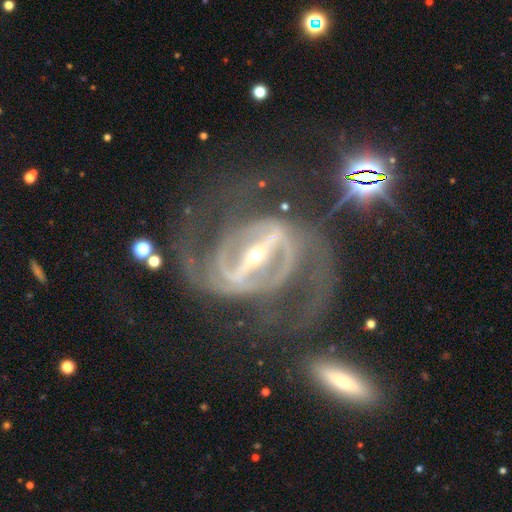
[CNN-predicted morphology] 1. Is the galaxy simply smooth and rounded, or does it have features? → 92% featured or disk, 5% star or artifact, 3% smooth.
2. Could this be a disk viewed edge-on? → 95% no, 5% yes.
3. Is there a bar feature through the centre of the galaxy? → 87% strong, 10% weak, 3% no.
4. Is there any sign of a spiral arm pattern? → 96% yes, 4% no.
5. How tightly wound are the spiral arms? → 51% medium, 33% tight, 16% loose.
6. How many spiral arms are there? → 79% 2, 7% 3, 6% can't tell, 3% 4, 3% 1, 3% more than 4.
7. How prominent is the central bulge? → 72% small, 24% moderate, 2% large, 1% none, 1% dominant.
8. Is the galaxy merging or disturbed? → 57% none, 21% major disturbance, 16% minor disturbance, 6% merger.